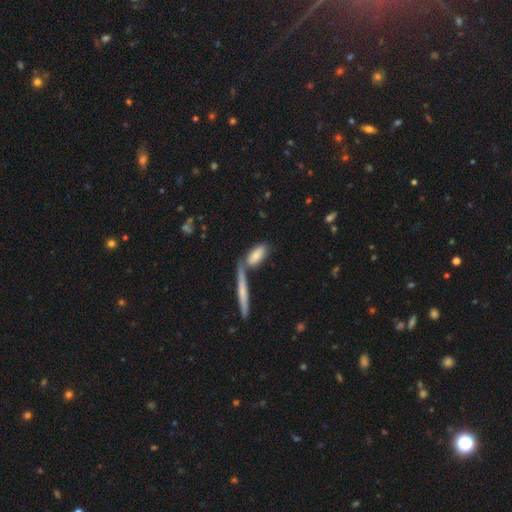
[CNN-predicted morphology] A smooth galaxy with no disk features (70%) that is in between round and cigar-shaped (60%). Merging: none (55%).